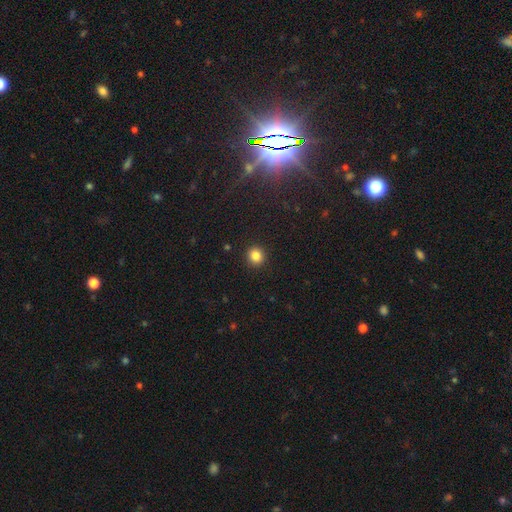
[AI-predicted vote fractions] A smooth galaxy with no disk features (84%) that is round (91%).

Vote fractions:
- Smooth or featured? smooth: 84% / star or artifact: 12% / featured or disk: 5%
- How rounded? round: 91% / in between: 8% / cigar-shaped: 1%
- Merging? none: 92% / minor disturbance: 5% / major disturbance: 2% / merger: 1%